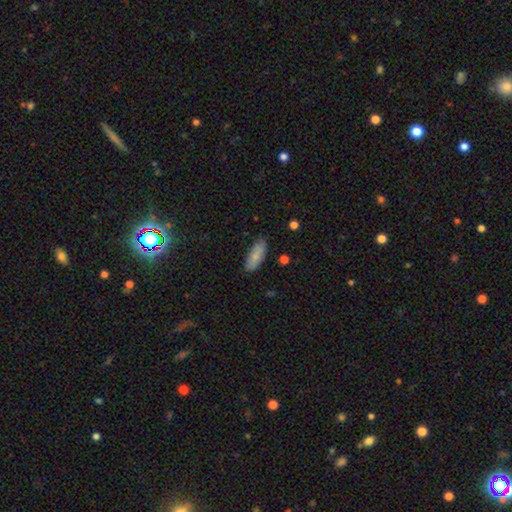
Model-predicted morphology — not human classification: smooth-or-featured: smooth: 79% | featured or disk: 14% | star or artifact: 7%
  how-rounded: in between: 74% | cigar-shaped: 23% | round: 2%
  merging: none: 82% | minor disturbance: 14% | major disturbance: 2% | merger: 1%